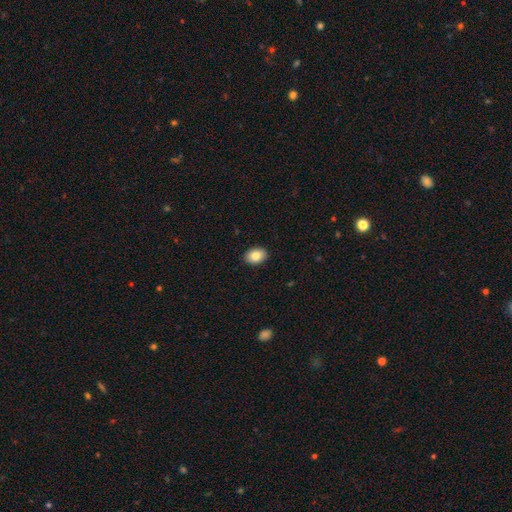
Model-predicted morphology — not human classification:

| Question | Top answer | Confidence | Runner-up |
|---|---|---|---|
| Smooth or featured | smooth | 84% | featured or disk (8%) |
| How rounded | in between | 77% | round (22%) |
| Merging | none | 91% | minor disturbance (7%) |